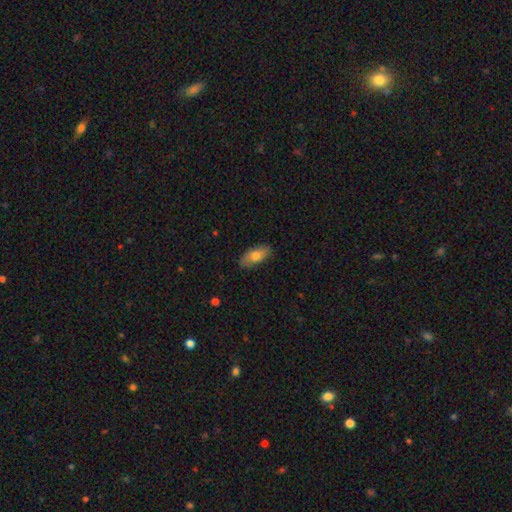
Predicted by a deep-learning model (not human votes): Smooth or featured?
  - smooth: 72% *
  - featured or disk: 22%
  - star or artifact: 6%
How rounded?
  - in between: 87% *
  - cigar-shaped: 10%
  - round: 3%
Merging?
  - none: 83% *
  - minor disturbance: 13%
  - major disturbance: 2%
  - merger: 1%